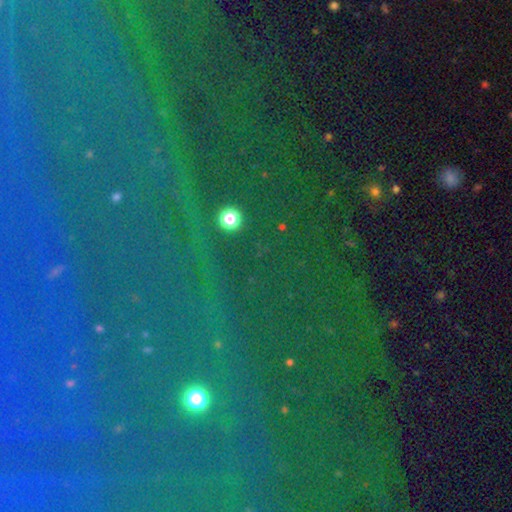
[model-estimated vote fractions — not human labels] Smooth or featured: star or artifact — 80% (smooth — 11%)